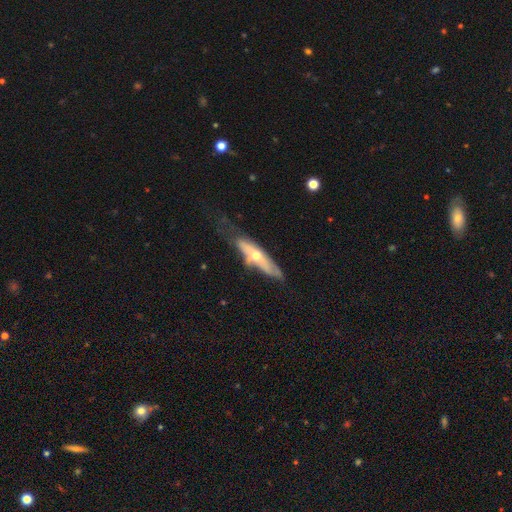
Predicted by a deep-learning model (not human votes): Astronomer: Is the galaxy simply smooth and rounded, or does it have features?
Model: featured or disk — 57% (runner-up: smooth, 37%).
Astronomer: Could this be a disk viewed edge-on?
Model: yes — 56% (runner-up: no, 44%).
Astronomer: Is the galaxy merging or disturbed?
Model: none — 47% (runner-up: minor disturbance, 29%).